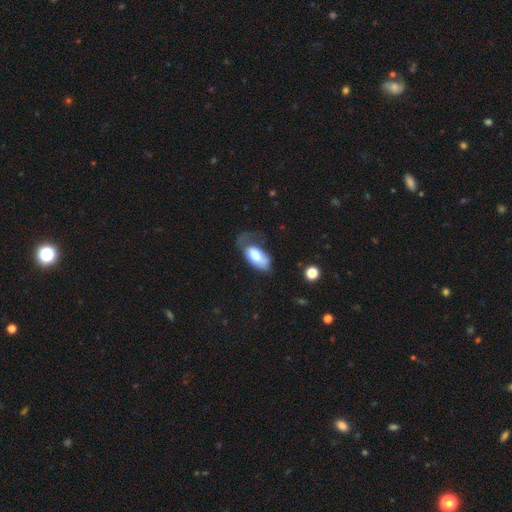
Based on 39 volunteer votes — smooth-or-featured: smooth: 72% | featured or disk: 21% | star or artifact: 8%
  how-rounded: in between: 93% | round: 4% | cigar-shaped: 4%
  merging: major disturbance: 53% | none: 25% | minor disturbance: 19% | merger: 3%